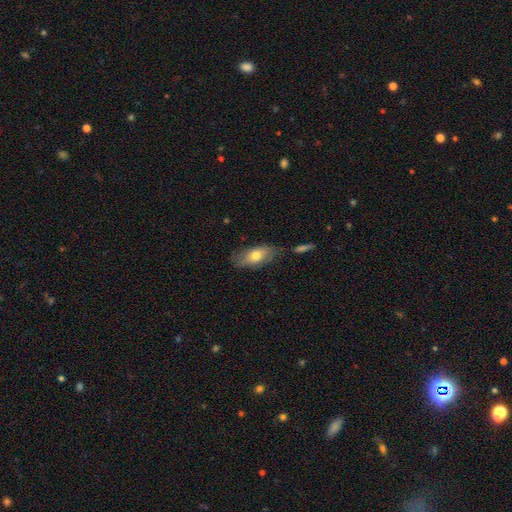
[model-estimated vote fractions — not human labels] Overall: smooth (69%). How rounded: in between (83%). Merging: none (66%).